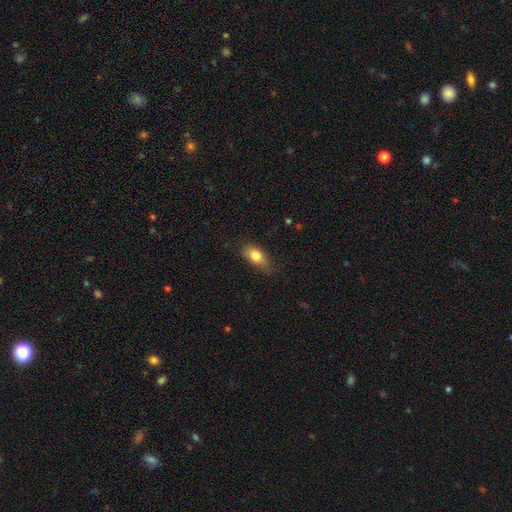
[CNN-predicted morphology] This appears to be a smooth galaxy with no disk features (80%) that is in between round and cigar-shaped (82%). Merging: none (66%).